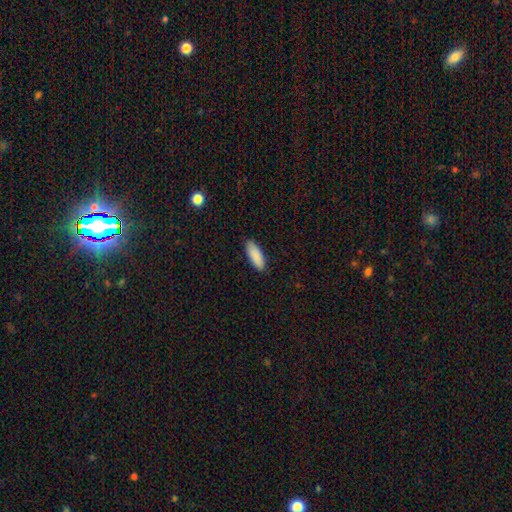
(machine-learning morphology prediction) Smooth or featured?
  - smooth: 90% *
  - star or artifact: 6%
  - featured or disk: 5%
How rounded?
  - in between: 71% *
  - cigar-shaped: 28%
  - round: 2%
Merging?
  - none: 89% *
  - minor disturbance: 9%
  - major disturbance: 2%
  - merger: 1%